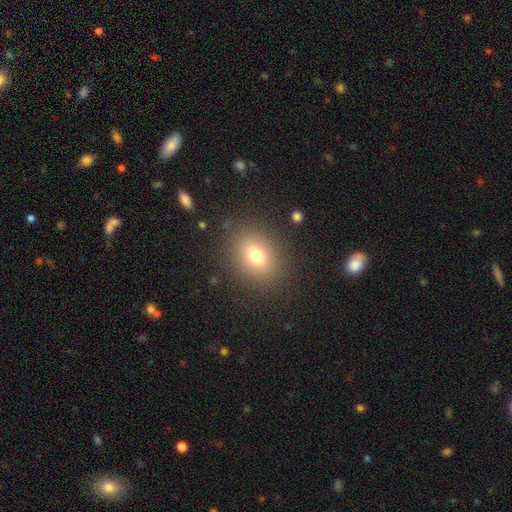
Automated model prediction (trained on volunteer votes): A smooth galaxy with no disk features (74%) that is in between round and cigar-shaped (54%). Merging: none (87%).